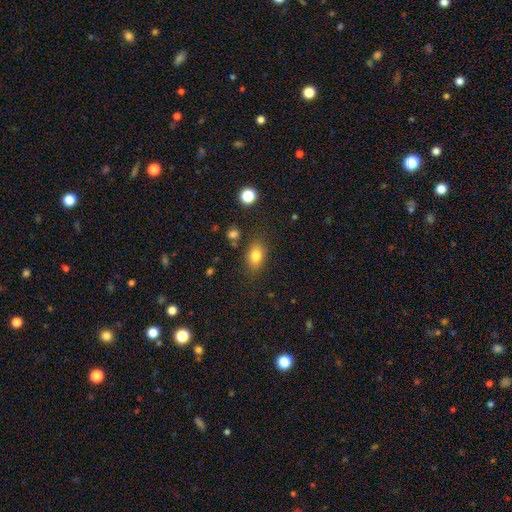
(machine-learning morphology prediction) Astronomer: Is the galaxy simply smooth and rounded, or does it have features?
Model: smooth — 80%.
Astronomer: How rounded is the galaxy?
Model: in between — 80%.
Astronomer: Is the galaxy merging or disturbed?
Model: none — 80%.